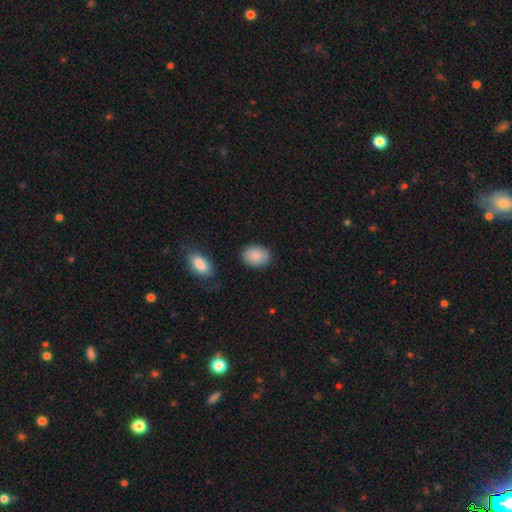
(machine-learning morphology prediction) smooth 87%, star or artifact 7%, featured or disk 6%. Down the decision tree: how rounded — in between (70%); merging — none (83%).